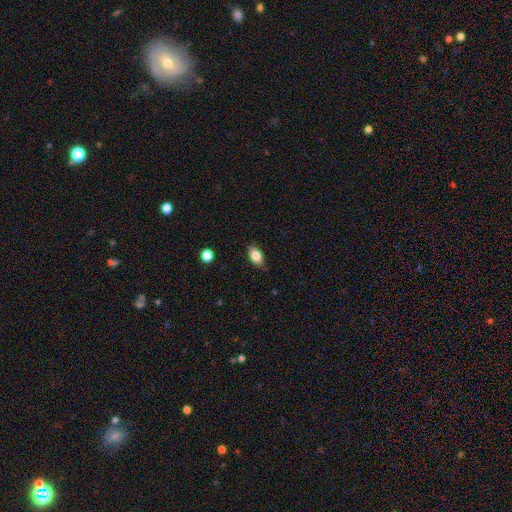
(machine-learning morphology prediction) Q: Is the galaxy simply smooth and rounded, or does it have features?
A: smooth — 83%.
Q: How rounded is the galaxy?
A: in between — 89%.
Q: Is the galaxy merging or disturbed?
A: none — 84%.